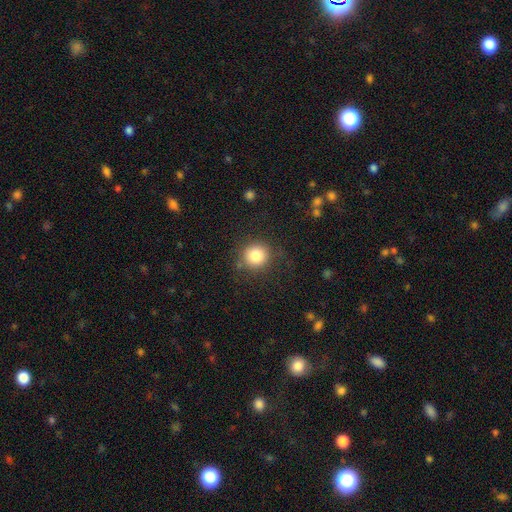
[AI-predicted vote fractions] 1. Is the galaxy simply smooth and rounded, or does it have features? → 82% smooth, 11% star or artifact, 7% featured or disk.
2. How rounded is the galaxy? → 92% round, 7% in between, 1% cigar-shaped.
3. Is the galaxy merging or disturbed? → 84% none, 10% minor disturbance, 4% major disturbance, 2% merger.